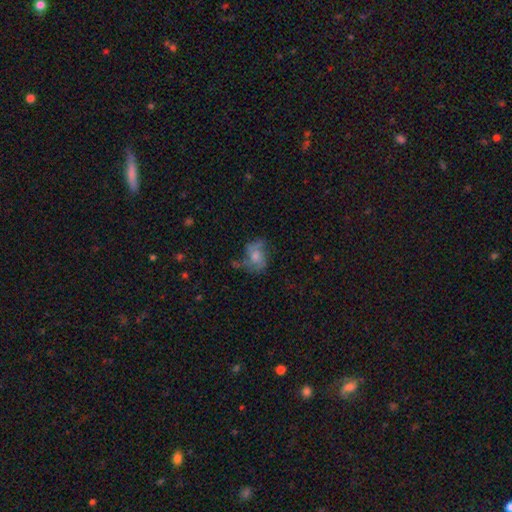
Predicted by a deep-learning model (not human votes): Morphology: type=smooth (46%); merging=none (41%).